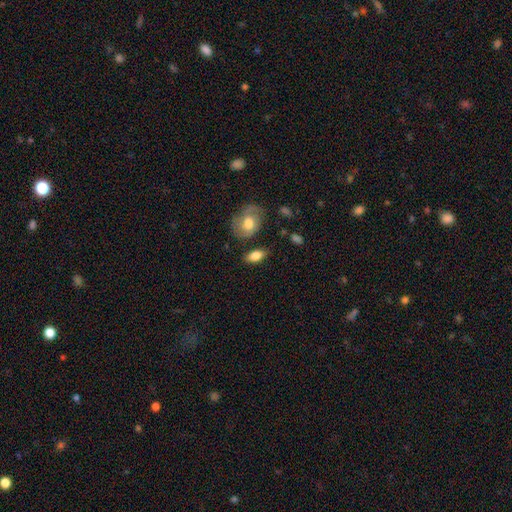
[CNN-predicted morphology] A smooth galaxy with no disk features (79%) that is in between round and cigar-shaped (88%).

Vote fractions:
- Smooth or featured? smooth: 79% / featured or disk: 14% / star or artifact: 7%
- How rounded? in between: 88% / round: 6% / cigar-shaped: 6%
- Merging? none: 76% / minor disturbance: 15% / merger: 5% / major disturbance: 4%